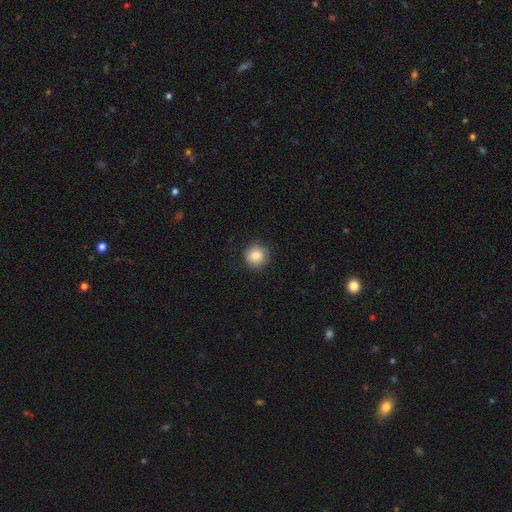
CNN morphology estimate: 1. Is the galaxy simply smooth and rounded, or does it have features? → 85% smooth, 9% star or artifact, 6% featured or disk.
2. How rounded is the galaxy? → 93% round, 6% in between, 1% cigar-shaped.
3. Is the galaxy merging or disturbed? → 85% none, 11% minor disturbance, 3% major disturbance, 1% merger.